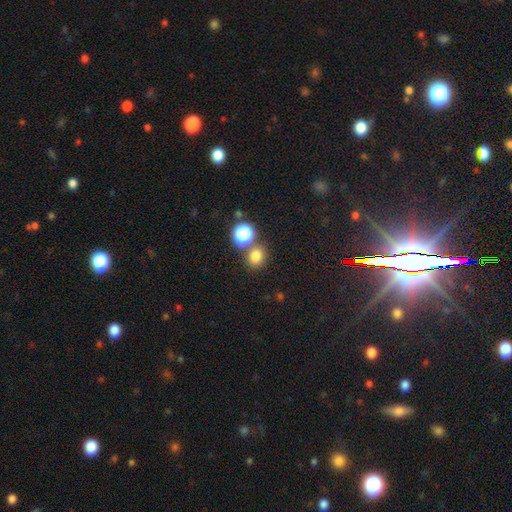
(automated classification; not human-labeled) Smooth or featured? Predicted: smooth (p=0.76). How rounded? Predicted: round (p=0.65). Merging? Predicted: none (p=0.70).